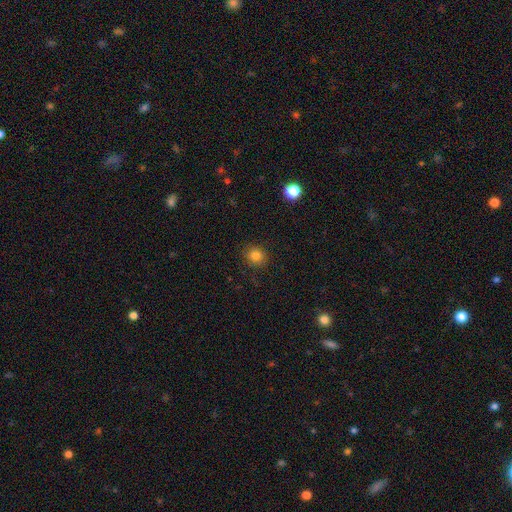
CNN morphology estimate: smooth_or_featured: smooth (p=0.82) [alt: star or artifact p=0.13]
how_rounded: round (p=0.89) [alt: in between p=0.11]
merging: none (p=0.90) [alt: minor disturbance p=0.07]